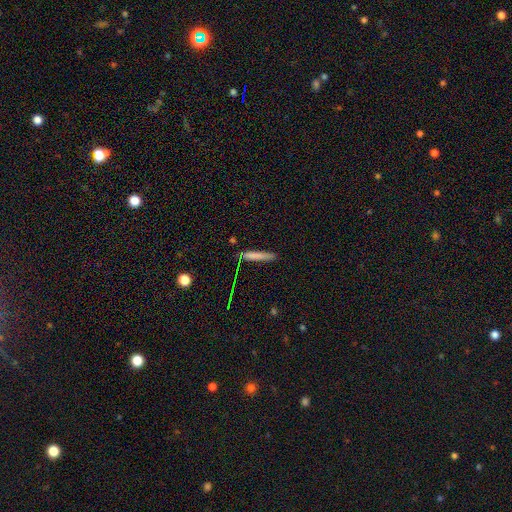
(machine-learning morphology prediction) smooth-or-featured: smooth: 75% | featured or disk: 16% | star or artifact: 9%
  how-rounded: cigar-shaped: 93% | in between: 5% | round: 2%
  merging: none: 80% | minor disturbance: 14% | major disturbance: 3% | merger: 3%